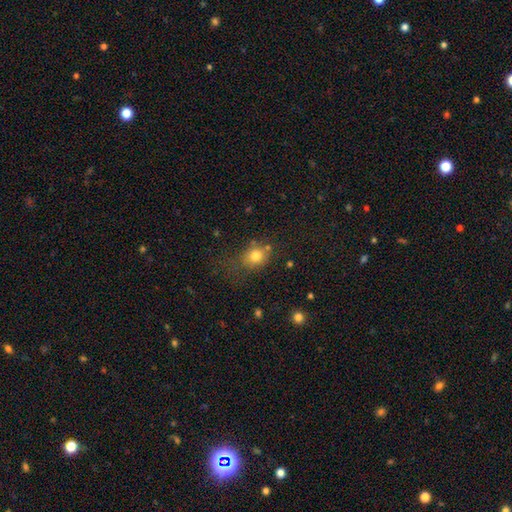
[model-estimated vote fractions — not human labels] Smooth or featured? smooth (78%)
How rounded? round (58%)
Merging? none (59%)